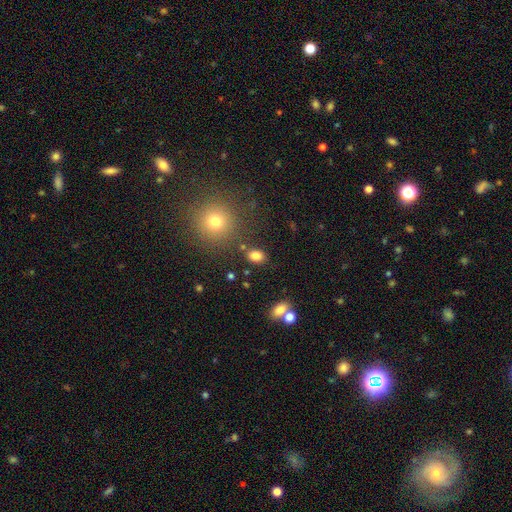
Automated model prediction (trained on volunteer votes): Q: Smooth or featured?
A: smooth (82%); runner-up: star or artifact (12%)
Q: How rounded?
A: in between (65%); runner-up: round (34%)
Q: Merging?
A: none (80%); runner-up: minor disturbance (11%)